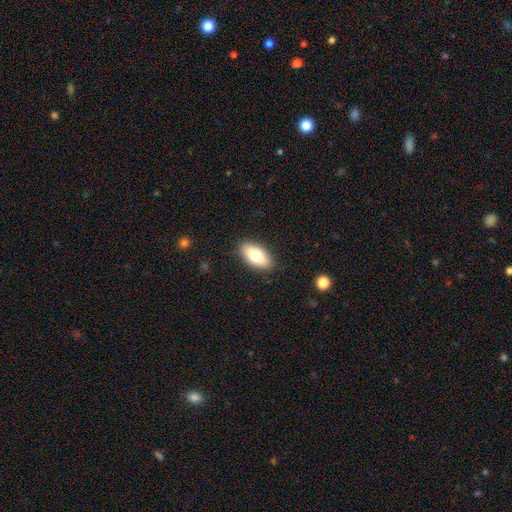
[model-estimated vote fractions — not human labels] A smooth galaxy with no disk features (76%) that is in between round and cigar-shaped (91%).

Vote fractions:
- Smooth or featured? smooth: 76% / featured or disk: 18% / star or artifact: 7%
- How rounded? in between: 91% / cigar-shaped: 6% / round: 3%
- Merging? none: 87% / minor disturbance: 9% / major disturbance: 2% / merger: 1%